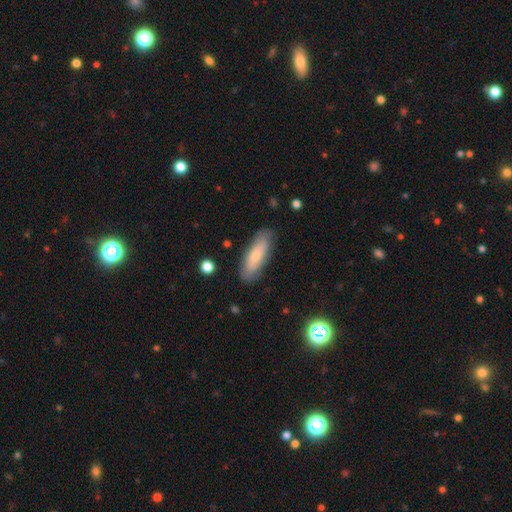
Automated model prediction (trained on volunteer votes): Smooth or featured: smooth — 63% (featured or disk — 31%)
How rounded: in between — 56% (cigar-shaped — 42%)
Merging: none — 83% (minor disturbance — 13%)